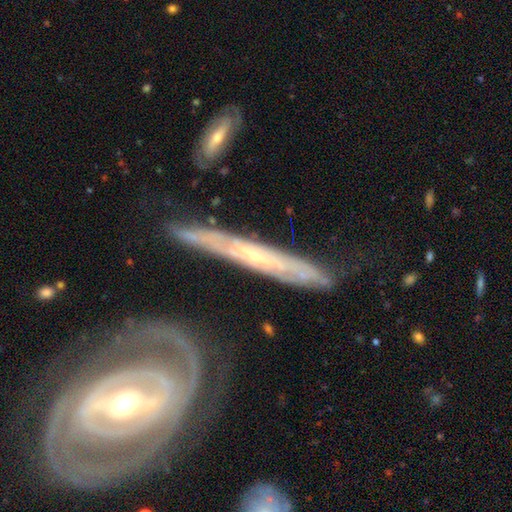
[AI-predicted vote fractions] This is likely a featured or disk galaxy (74%). It is likely viewed edge-on (61%). Merging: likely none (69%).